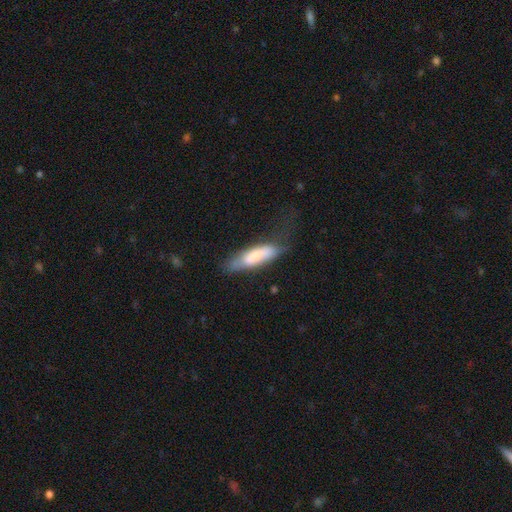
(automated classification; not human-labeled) Q: Smooth or featured?
A: smooth (70%); runner-up: featured or disk (23%)
Q: How rounded?
A: cigar-shaped (55%); runner-up: in between (43%)
Q: Merging?
A: none (42%); runner-up: minor disturbance (32%)